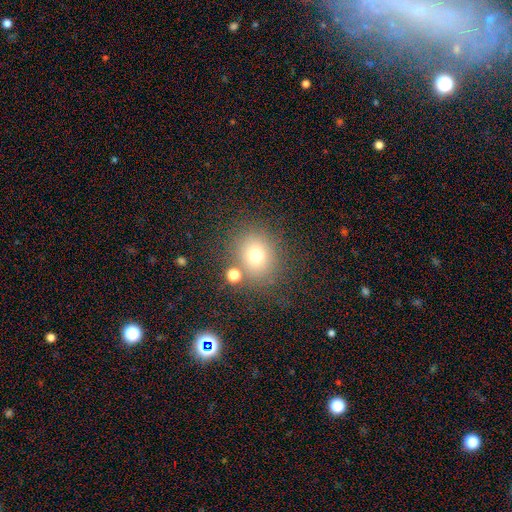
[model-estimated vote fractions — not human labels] Smooth or featured?
  - smooth: 72% *
  - star or artifact: 17%
  - featured or disk: 11%
How rounded?
  - round: 74% *
  - in between: 25%
  - cigar-shaped: 1%
Merging?
  - none: 75% *
  - minor disturbance: 11%
  - merger: 9%
  - major disturbance: 5%